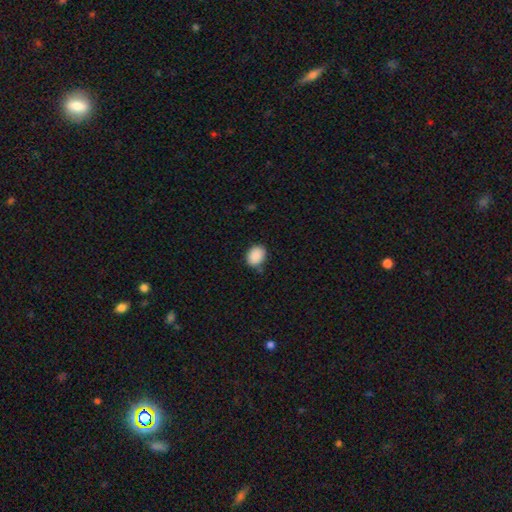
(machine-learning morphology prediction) Q: Smooth or featured?
A: smooth (89%); runner-up: star or artifact (8%)
Q: How rounded?
A: in between (63%); runner-up: round (36%)
Q: Merging?
A: none (80%); runner-up: minor disturbance (15%)